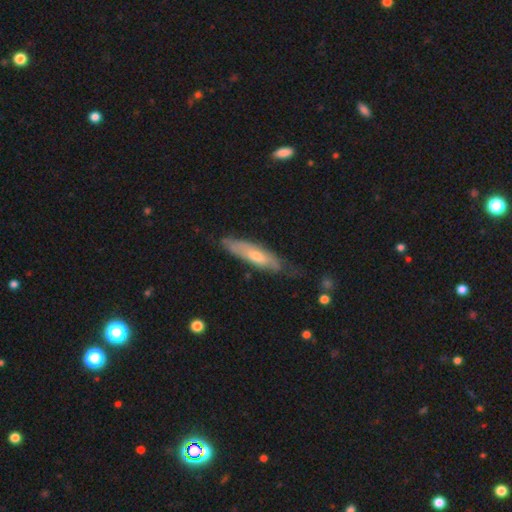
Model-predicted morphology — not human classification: A featured or disk galaxy (49%). Merging: none (63%).